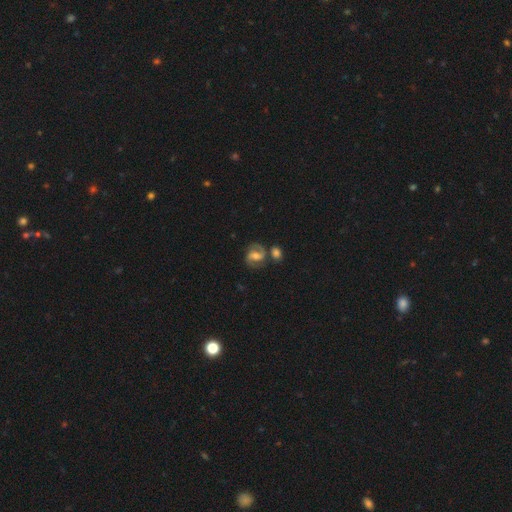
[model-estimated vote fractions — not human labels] featured or disk 81%, smooth 13%, star or artifact 7%. Down the decision tree: edge-on disk — no (97%); bar — weak (48%); spiral arms — yes (96%); spiral arm count — 2 (91%); spiral winding — medium (59%); bulge size — moderate (58%); merging — none (66%).